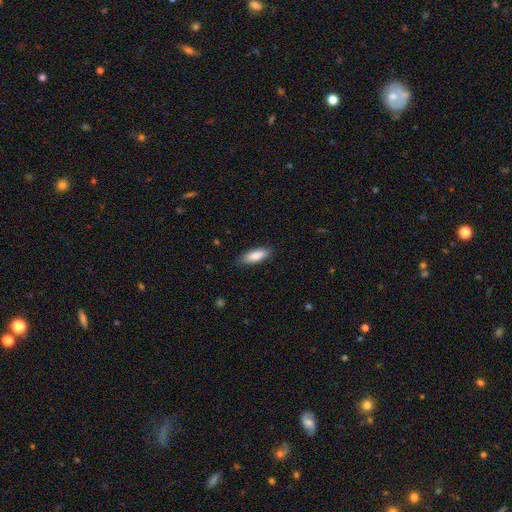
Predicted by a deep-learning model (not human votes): smooth 86%, featured or disk 8%, star or artifact 6%. Down the decision tree: how rounded — in between (68%); merging — none (84%).